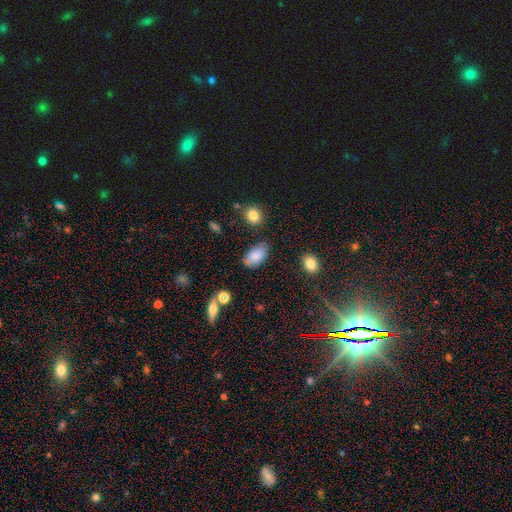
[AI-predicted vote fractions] Smooth or featured: smooth — 80% (featured or disk — 11%)
How rounded: in between — 93% (round — 5%)
Merging: none — 72% (minor disturbance — 20%)